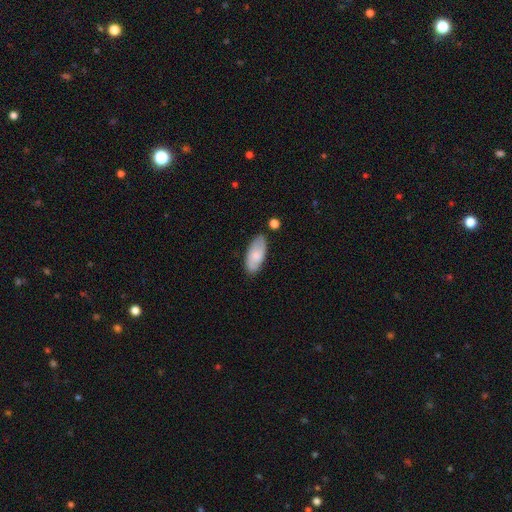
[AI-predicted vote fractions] Smooth or featured? Predicted: smooth (p=0.70). How rounded? Predicted: in between (p=0.89). Merging? Predicted: none (p=0.77).